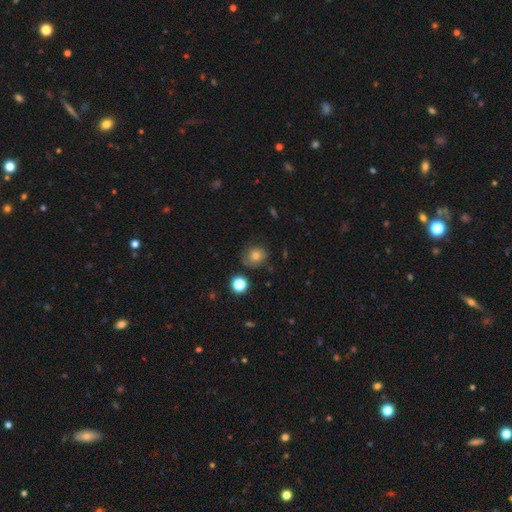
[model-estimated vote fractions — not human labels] This is likely a smooth galaxy (73%). How rounded: likely round (76%). Merging: likely none (74%).